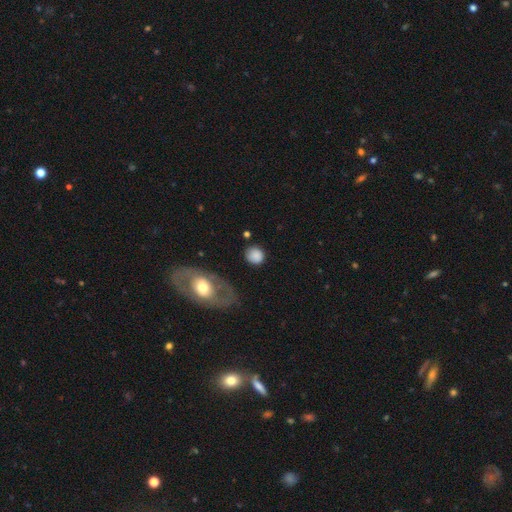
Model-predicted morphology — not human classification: Smooth or featured?
  - smooth: 82% *
  - featured or disk: 10%
  - star or artifact: 8%
How rounded?
  - round: 81% *
  - in between: 17%
  - cigar-shaped: 1%
Merging?
  - none: 76% *
  - minor disturbance: 13%
  - major disturbance: 7%
  - merger: 4%